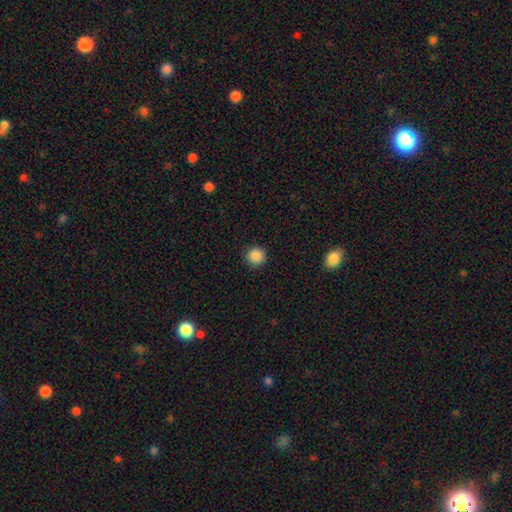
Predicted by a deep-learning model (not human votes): Q: Smooth or featured?
A: smooth (87%); runner-up: star or artifact (10%)
Q: How rounded?
A: round (95%); runner-up: in between (4%)
Q: Merging?
A: none (91%); runner-up: minor disturbance (6%)